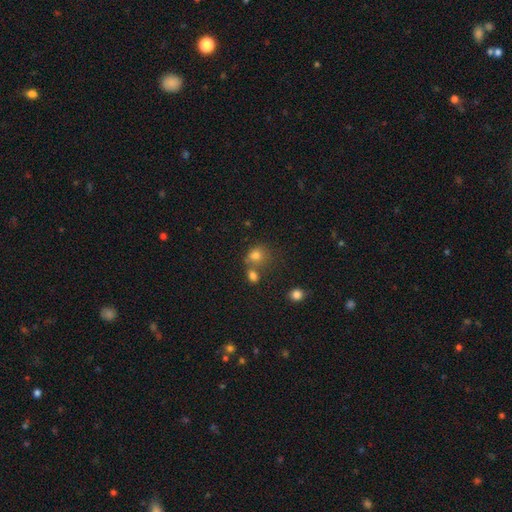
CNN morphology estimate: Smooth or featured? smooth (76%)
How rounded? round (70%)
Merging? none (47%)